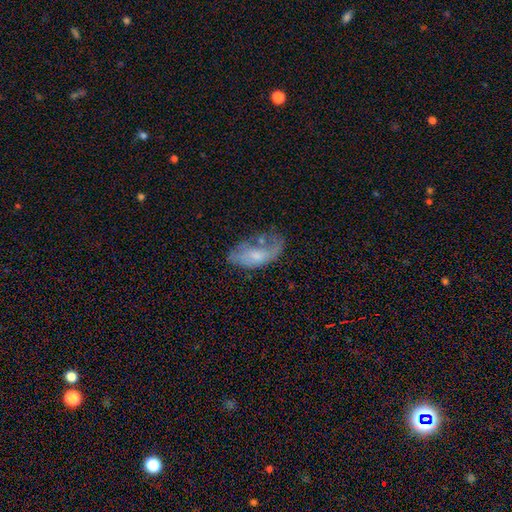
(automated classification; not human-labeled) Smooth or featured: featured or disk — 47% (smooth — 45%)
Merging: none — 35% (major disturbance — 30%)